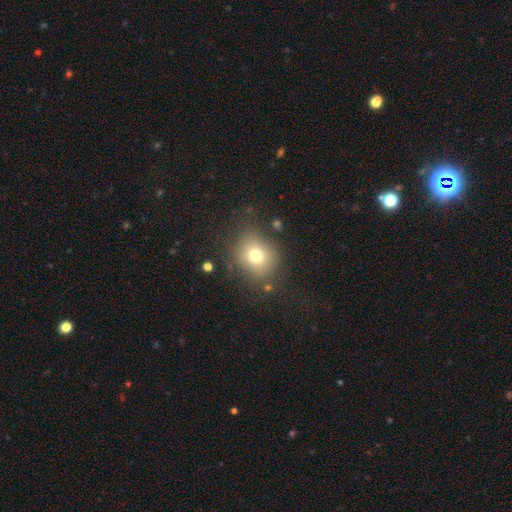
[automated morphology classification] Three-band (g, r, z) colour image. It shows a smooth galaxy with no disk features (73%) that is round (71%). Merging: none (77%).